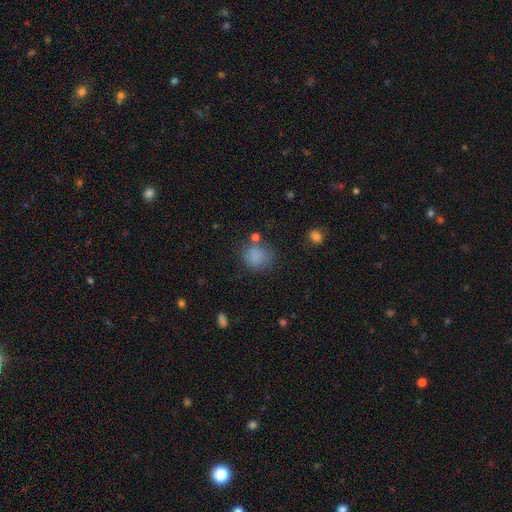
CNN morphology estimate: smooth_or_featured: smooth (p=0.81) [alt: star or artifact p=0.12]
how_rounded: round (p=0.75) [alt: in between p=0.24]
merging: none (p=0.64) [alt: minor disturbance p=0.19]